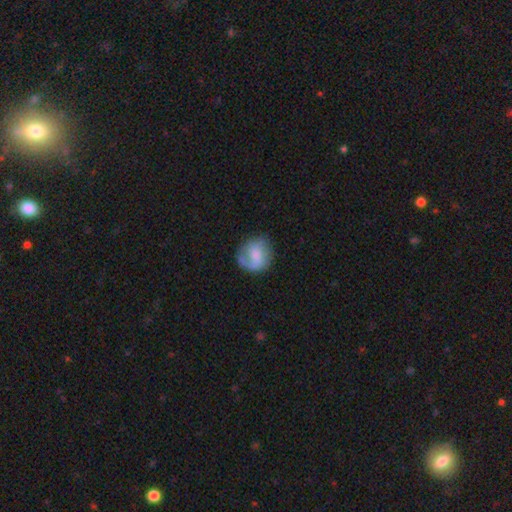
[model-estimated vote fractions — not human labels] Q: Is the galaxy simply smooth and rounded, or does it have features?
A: smooth — 54%.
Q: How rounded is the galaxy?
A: round — 81%.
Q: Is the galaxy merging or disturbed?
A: none — 60%.